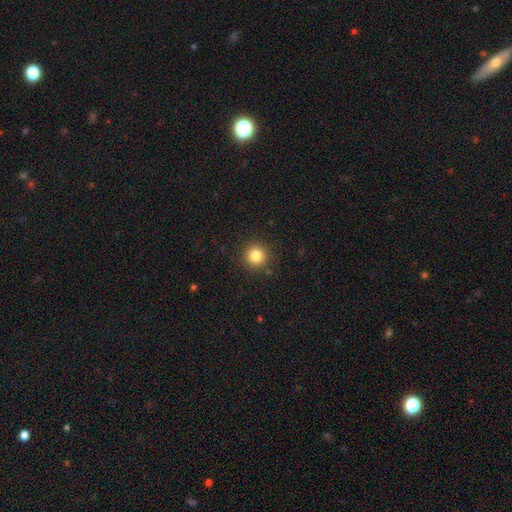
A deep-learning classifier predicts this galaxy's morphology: Smooth or featured? Predicted: smooth (p=0.82). How rounded? Predicted: round (p=0.95). Merging? Predicted: none (p=0.91).